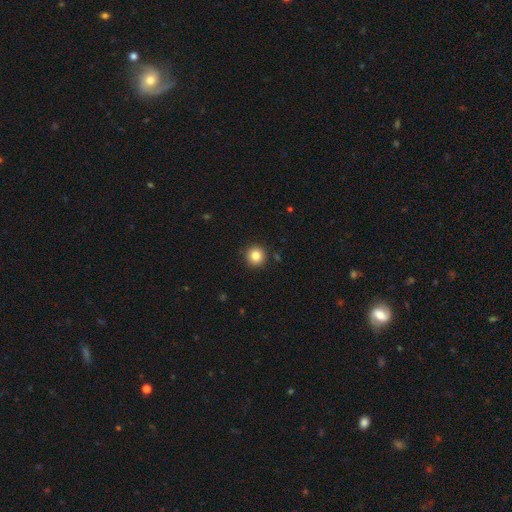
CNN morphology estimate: Smooth or featured?
  - smooth: 84% *
  - star or artifact: 10%
  - featured or disk: 6%
How rounded?
  - round: 95% *
  - in between: 4%
  - cigar-shaped: 1%
Merging?
  - none: 91% *
  - minor disturbance: 6%
  - major disturbance: 2%
  - merger: 1%